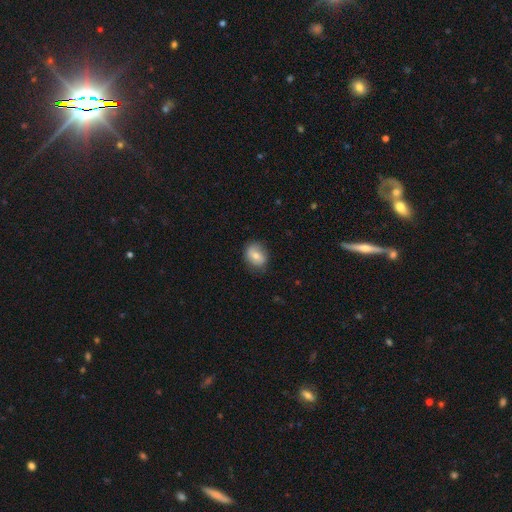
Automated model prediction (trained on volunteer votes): Smooth or featured? Predicted: smooth (p=0.66). How rounded? Predicted: round (p=0.50). Merging? Predicted: none (p=0.78).